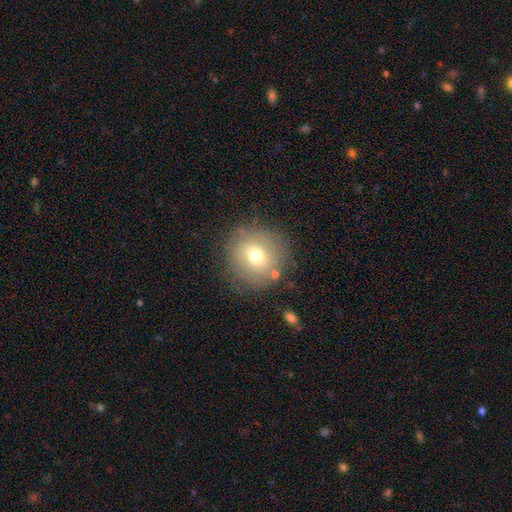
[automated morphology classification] This appears to be a smooth galaxy with no disk features (66%) that is round (92%). Merging: none (80%).